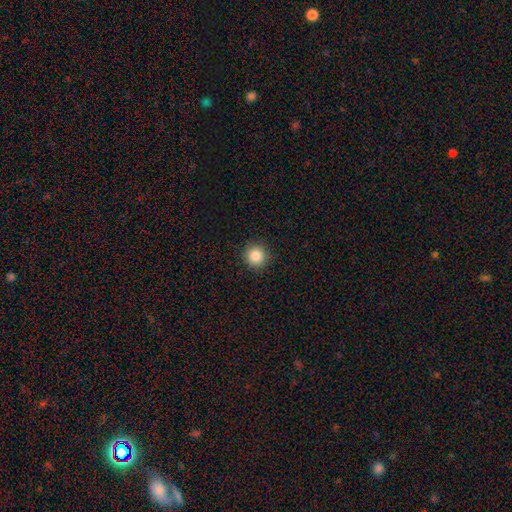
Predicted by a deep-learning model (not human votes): Overall: smooth (86%). How rounded: round (95%). Merging: none (92%).